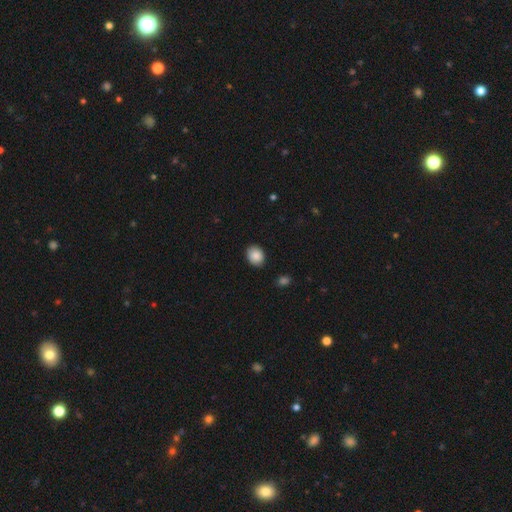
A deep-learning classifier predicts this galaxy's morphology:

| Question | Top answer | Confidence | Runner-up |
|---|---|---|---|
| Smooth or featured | smooth | 88% | star or artifact (8%) |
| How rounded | in between | 55% | round (44%) |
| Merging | none | 87% | minor disturbance (10%) |